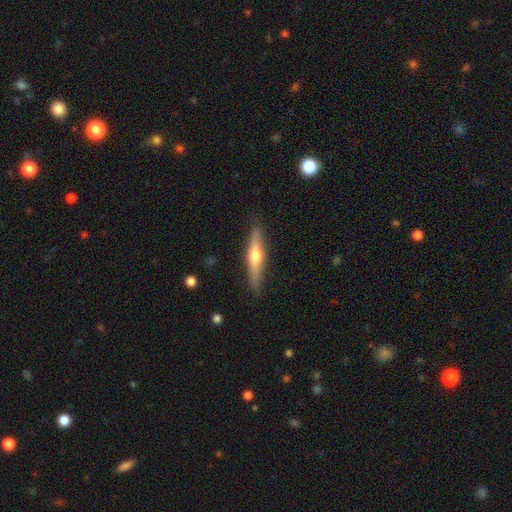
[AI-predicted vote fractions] Morphology: type=featured or disk (53%); edge-on=yes (94%); merging=none (87%).